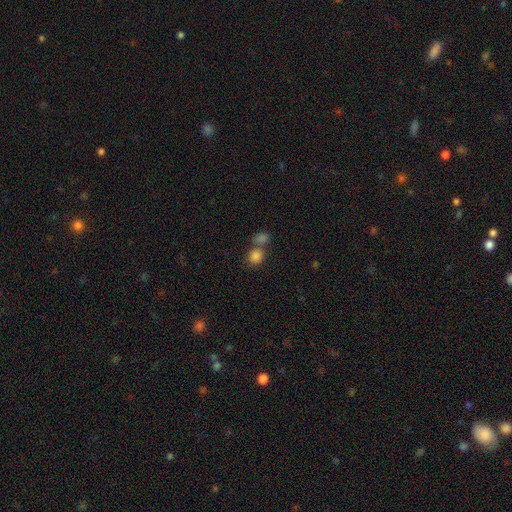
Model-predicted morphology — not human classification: The model was most divided on "merging": merger: 45%, none: 44%, minor disturbance: 8%, major disturbance: 4%. More confident: smooth or featured — smooth (84%); how rounded — round (69%).